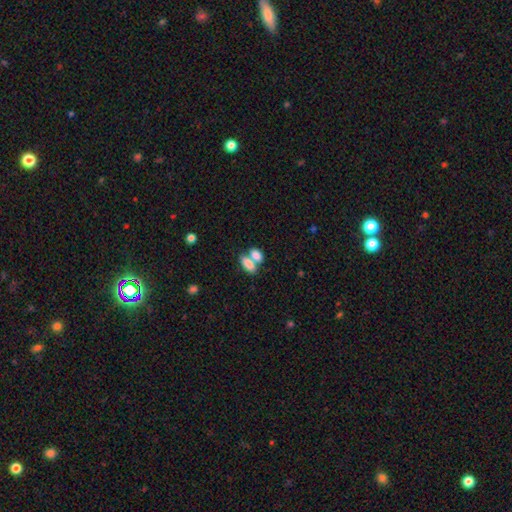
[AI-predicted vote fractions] Morphology: type=smooth (82%); roundness=in between (89%); merging=merger (61%).